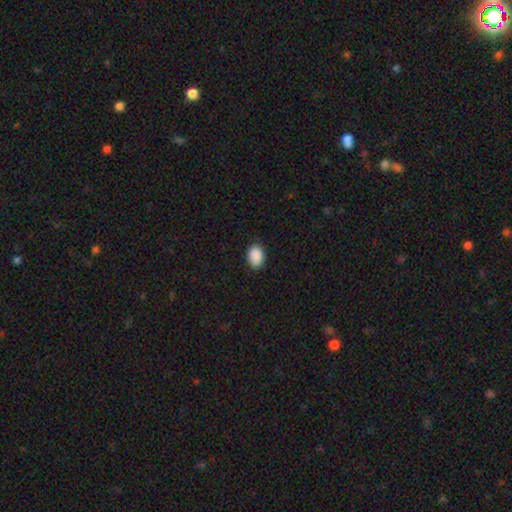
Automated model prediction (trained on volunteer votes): Smooth or featured? smooth (90%)
How rounded? in between (85%)
Merging? none (86%)